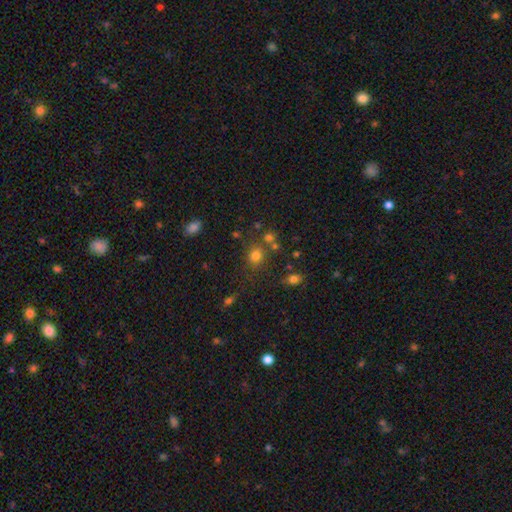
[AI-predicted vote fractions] This appears to be a smooth galaxy with no disk features (74%) that is round (75%). Merging: none (69%).